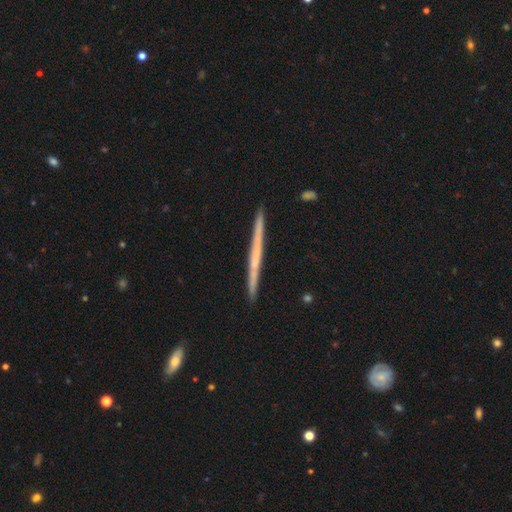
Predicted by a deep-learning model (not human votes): This appears to be a featured or disk galaxy (62%) viewed edge-on (98%) with no central bulge (80%). Merging: none (92%).